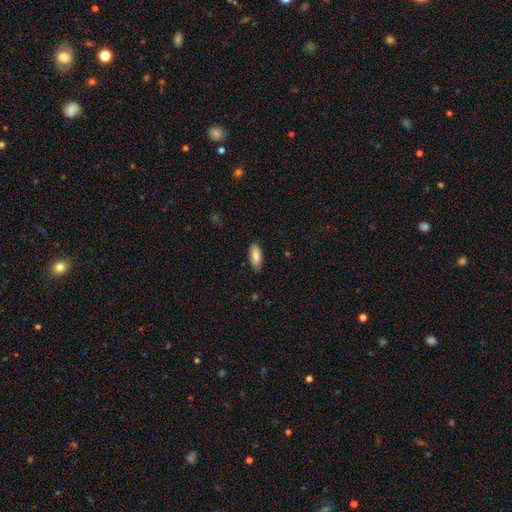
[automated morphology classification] A smooth galaxy with no disk features (80%) that is in between round and cigar-shaped (82%). Merging: none (84%).